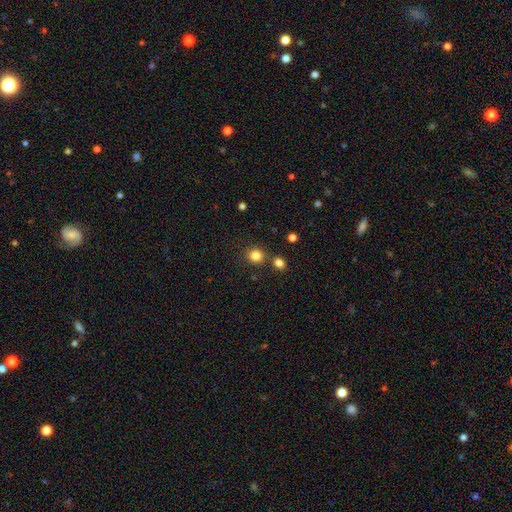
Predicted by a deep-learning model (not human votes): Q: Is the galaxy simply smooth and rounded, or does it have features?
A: smooth — 83%.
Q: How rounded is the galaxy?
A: round — 90%.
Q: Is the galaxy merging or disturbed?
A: none — 82%.